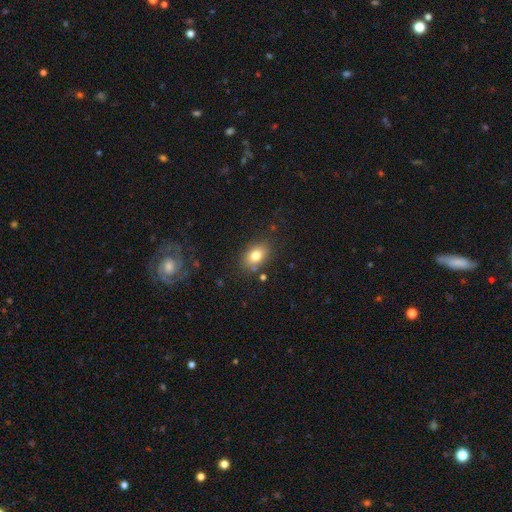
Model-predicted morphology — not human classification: smooth-or-featured: smooth: 79% | featured or disk: 11% | star or artifact: 10%
  how-rounded: in between: 78% | round: 20% | cigar-shaped: 1%
  merging: none: 81% | minor disturbance: 12% | merger: 4% | major disturbance: 3%